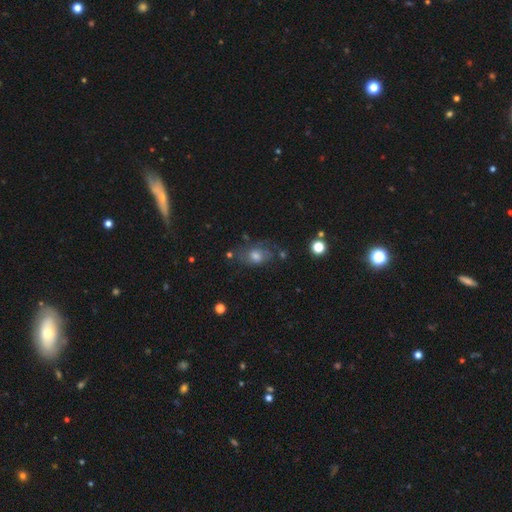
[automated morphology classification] Smooth or featured?
  - featured or disk: 42% *
  - smooth: 41%
  - star or artifact: 18%
Merging?
  - none: 60% *
  - minor disturbance: 23%
  - major disturbance: 13%
  - merger: 5%